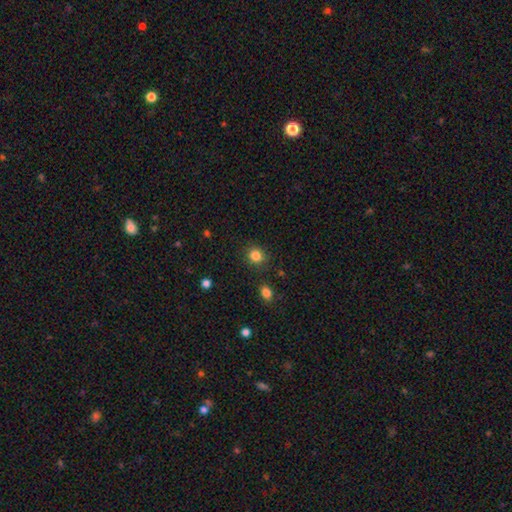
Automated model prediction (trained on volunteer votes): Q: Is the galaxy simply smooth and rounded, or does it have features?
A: smooth — 84%.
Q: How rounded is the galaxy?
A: round — 83%.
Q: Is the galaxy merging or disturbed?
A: none — 88%.